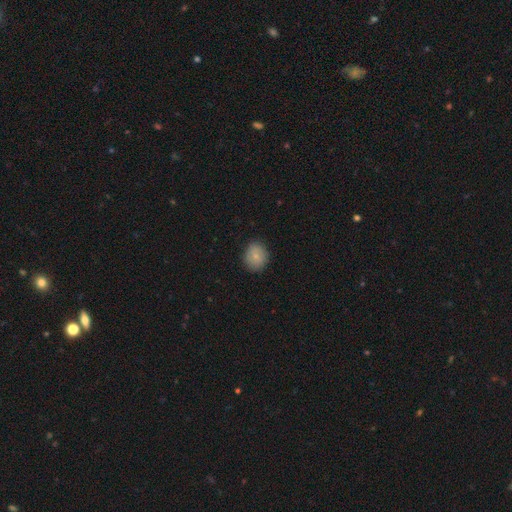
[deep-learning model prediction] Smooth or featured?
  - smooth: 79% *
  - featured or disk: 12%
  - star or artifact: 8%
How rounded?
  - round: 70% *
  - in between: 29%
  - cigar-shaped: 1%
Merging?
  - none: 84% *
  - minor disturbance: 12%
  - major disturbance: 3%
  - merger: 1%